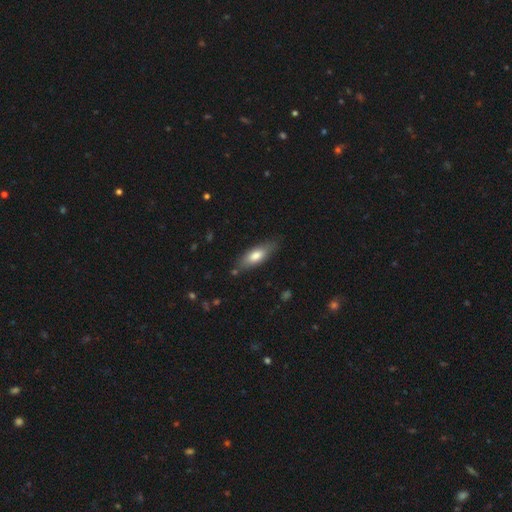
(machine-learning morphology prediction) A smooth galaxy with no disk features (73%) that is in between round and cigar-shaped (61%). Merging: none (80%).